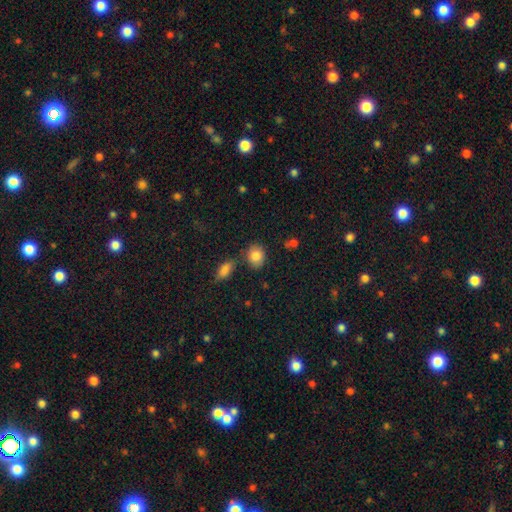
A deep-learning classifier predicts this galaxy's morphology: smooth 84%, star or artifact 9%, featured or disk 8%. Down the decision tree: how rounded — round (59%); merging — none (76%).